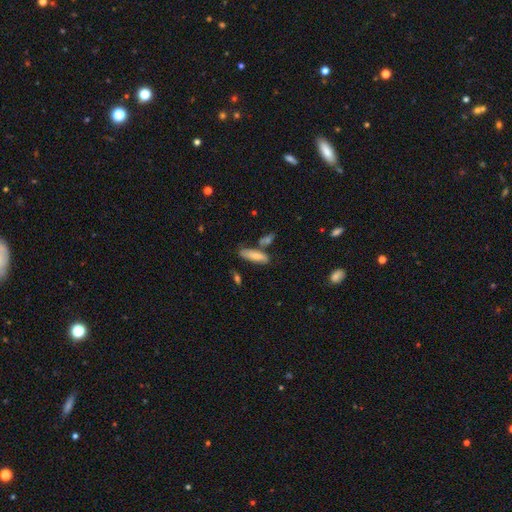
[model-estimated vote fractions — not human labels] Overall: smooth (77%). How rounded: in between (49%, tied with cigar-shaped). Merging: none (61%).